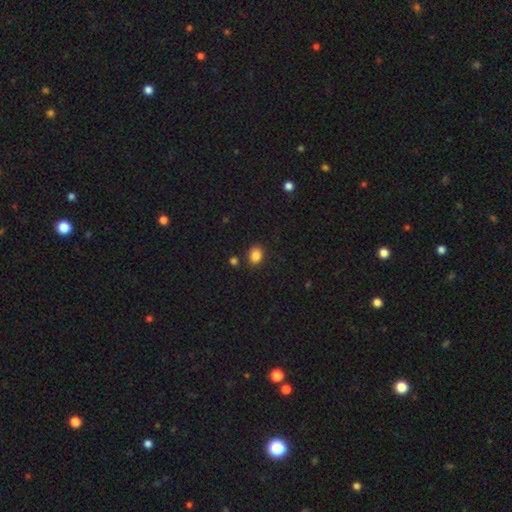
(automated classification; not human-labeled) This is clearly a smooth galaxy (85%). How rounded: possibly in between (55%). Merging: clearly none (84%).